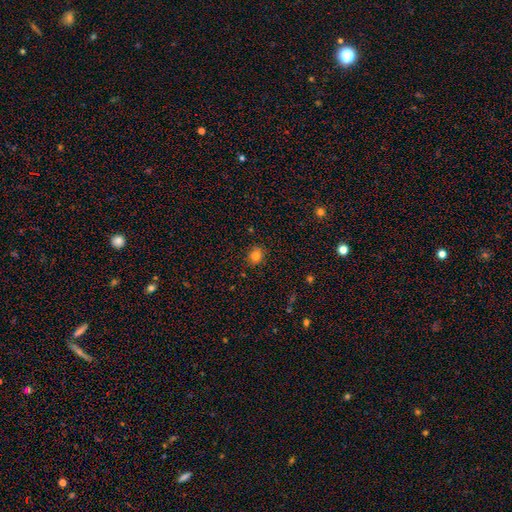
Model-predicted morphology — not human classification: smooth-or-featured: smooth: 82% | star or artifact: 12% | featured or disk: 6%
  how-rounded: round: 77% | in between: 23% | cigar-shaped: 1%
  merging: none: 88% | minor disturbance: 9% | major disturbance: 2% | merger: 1%